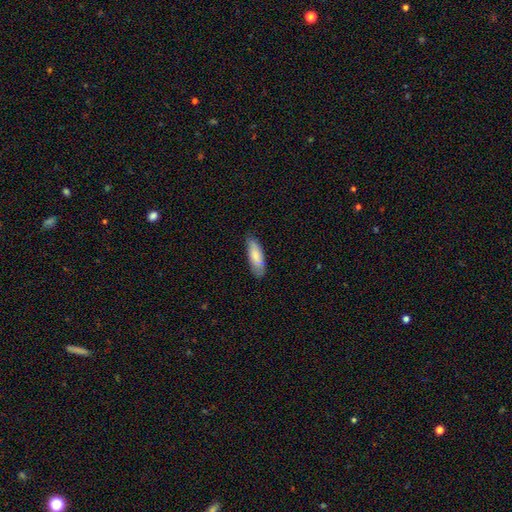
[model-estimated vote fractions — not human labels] Overall: smooth (82%). How rounded: in between (57%; cigar-shaped 42%). Merging: none (82%).